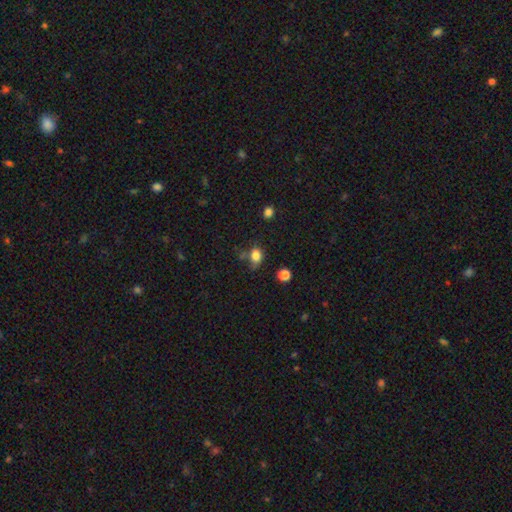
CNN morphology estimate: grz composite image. It shows a smooth galaxy with no disk features (81%) that is in between round and cigar-shaped (58%). Merging: none (54%).